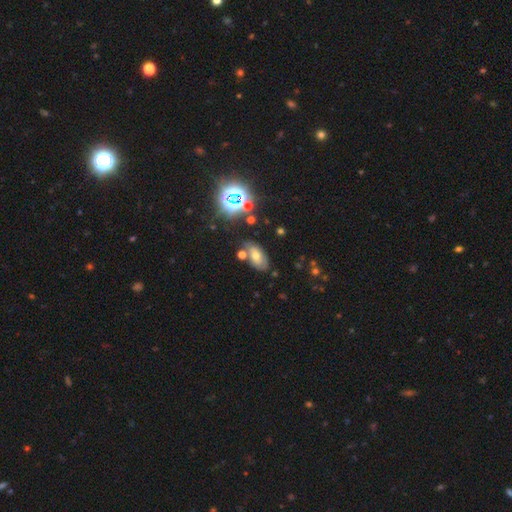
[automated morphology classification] Smooth or featured: smooth — 48% (star or artifact — 28%)
Merging: none — 68% (minor disturbance — 16%)